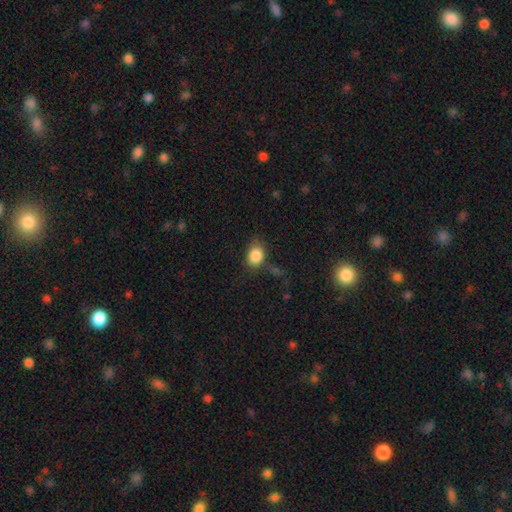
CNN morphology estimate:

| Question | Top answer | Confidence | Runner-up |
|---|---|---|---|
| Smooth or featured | smooth | 85% | star or artifact (9%) |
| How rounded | in between | 64% | round (34%) |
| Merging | none | 60% | minor disturbance (26%) |